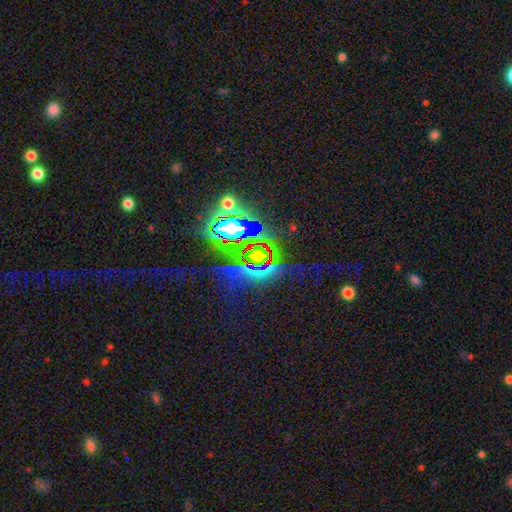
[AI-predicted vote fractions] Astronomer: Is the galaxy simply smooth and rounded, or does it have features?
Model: star or artifact — 79%.